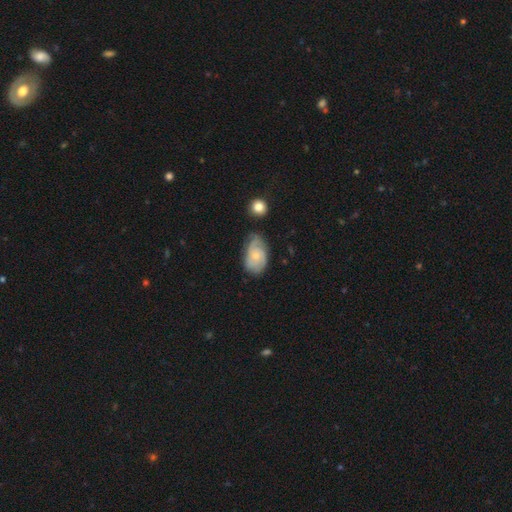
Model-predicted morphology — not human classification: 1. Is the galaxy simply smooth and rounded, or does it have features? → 62% featured or disk, 32% smooth, 6% star or artifact.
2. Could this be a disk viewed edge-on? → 96% no, 4% yes.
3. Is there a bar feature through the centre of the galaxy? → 77% no, 20% weak, 2% strong.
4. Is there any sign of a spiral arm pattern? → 87% yes, 13% no.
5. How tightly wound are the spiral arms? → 58% tight, 32% medium, 11% loose.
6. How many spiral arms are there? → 37% 2, 34% can't tell, 15% 3, 7% 1, 4% 4, 3% more than 4.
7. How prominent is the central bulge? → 58% small, 37% moderate, 2% none, 2% large, 1% dominant.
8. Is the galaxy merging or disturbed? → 55% none, 31% minor disturbance, 10% major disturbance, 4% merger.